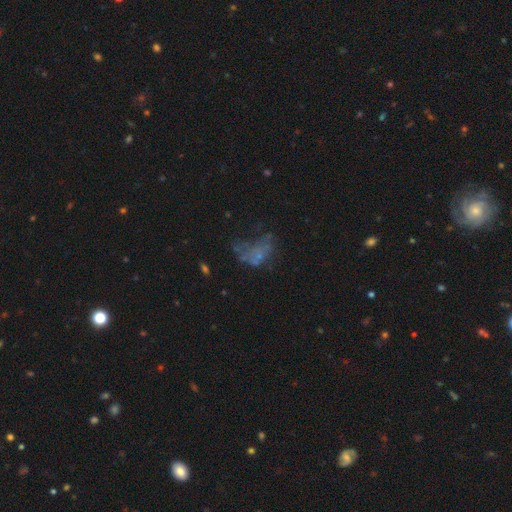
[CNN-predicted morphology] type=featured or disk (41%); merging=major disturbance (43%).